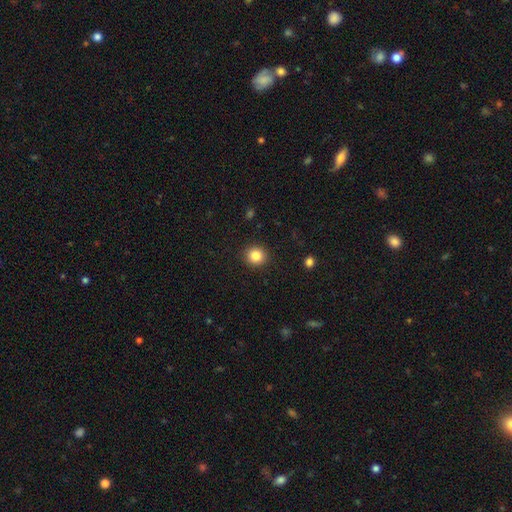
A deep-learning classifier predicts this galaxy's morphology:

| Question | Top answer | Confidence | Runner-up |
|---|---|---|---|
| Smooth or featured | smooth | 84% | star or artifact (11%) |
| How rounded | round | 92% | in between (7%) |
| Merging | none | 92% | minor disturbance (5%) |